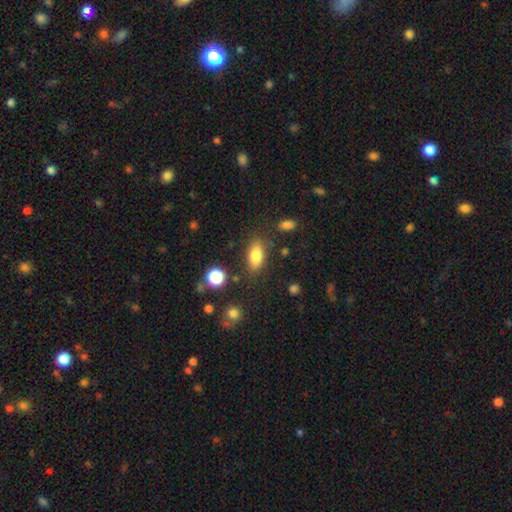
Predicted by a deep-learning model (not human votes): The model was most divided on "merging": none: 78%, minor disturbance: 14%, major disturbance: 5%, merger: 4%. More confident: how rounded — in between (85%); smooth or featured — smooth (80%).